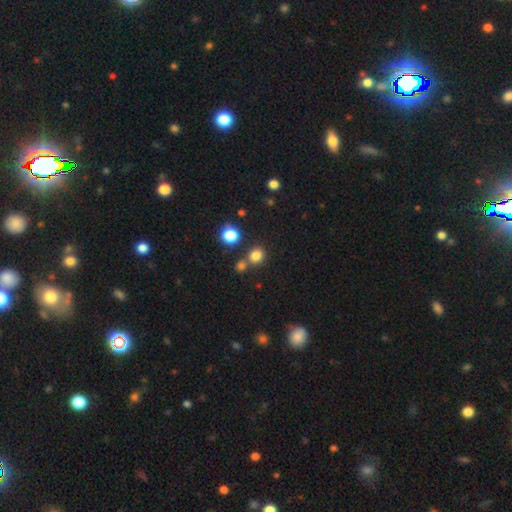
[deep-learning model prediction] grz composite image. It shows a smooth galaxy with no disk features (80%) that is round (83%). Merging: none (69%).